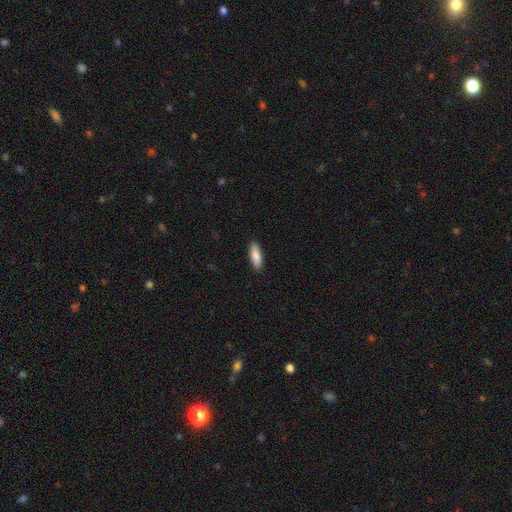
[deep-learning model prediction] Morphology: type=smooth (84%); roundness=in between (53%); merging=none (90%).